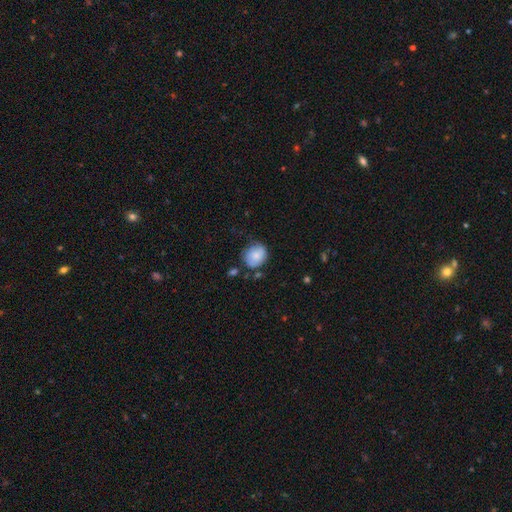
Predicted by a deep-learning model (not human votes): Q: Smooth or featured?
A: smooth (78%); runner-up: featured or disk (14%)
Q: How rounded?
A: round (70%); runner-up: in between (29%)
Q: Merging?
A: none (60%); runner-up: minor disturbance (28%)